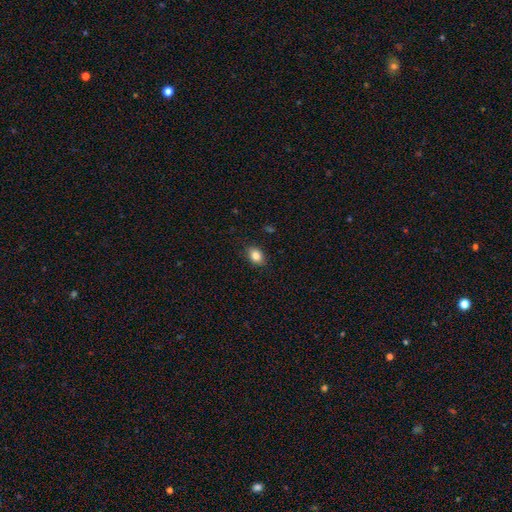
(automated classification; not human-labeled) A smooth galaxy with no disk features (84%) that is in between round and cigar-shaped (76%).

Vote fractions:
- Smooth or featured? smooth: 84% / star or artifact: 9% / featured or disk: 7%
- How rounded? in between: 76% / round: 23% / cigar-shaped: 1%
- Merging? none: 88% / minor disturbance: 9% / major disturbance: 2% / merger: 1%